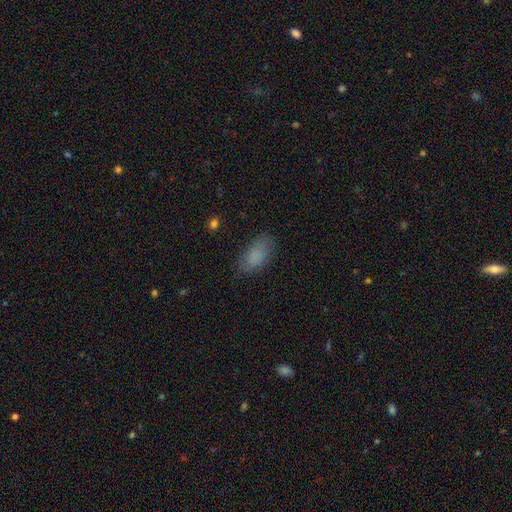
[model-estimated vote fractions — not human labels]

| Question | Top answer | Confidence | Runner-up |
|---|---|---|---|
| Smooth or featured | smooth | 84% | star or artifact (8%) |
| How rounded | in between | 91% | cigar-shaped (6%) |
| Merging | none | 79% | minor disturbance (15%) |